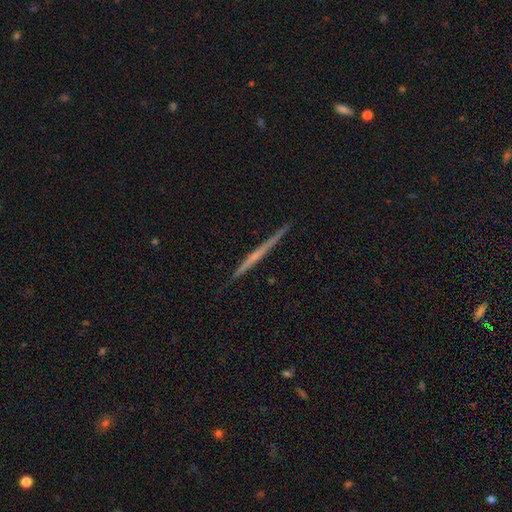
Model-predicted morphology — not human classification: Smooth or featured? Predicted: featured or disk (p=0.64). Edge-on disk? Predicted: yes (p=0.98). Edge-on bulge? Predicted: none (p=0.79). Merging? Predicted: none (p=0.91).